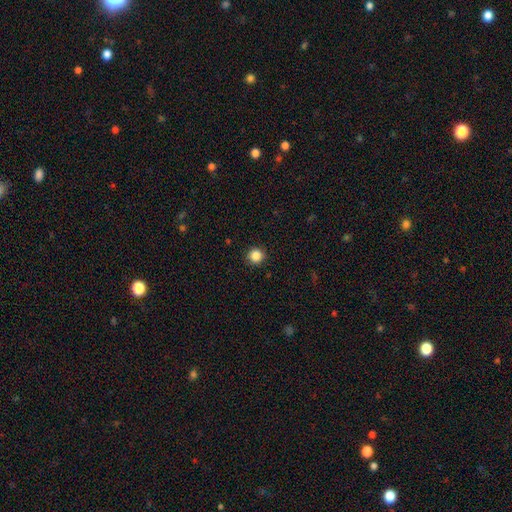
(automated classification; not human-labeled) This appears to be a smooth galaxy with no disk features (86%) that is round (95%). Merging: none (93%).